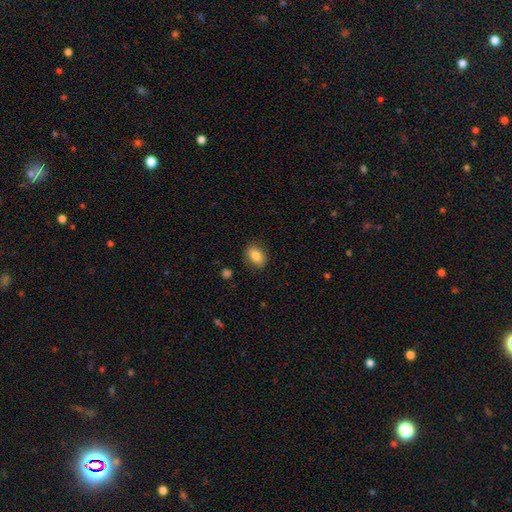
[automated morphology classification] The model was most divided on "how rounded": in between: 75%, round: 23%, cigar-shaped: 2%. More confident: merging — none (85%); smooth or featured — smooth (83%).